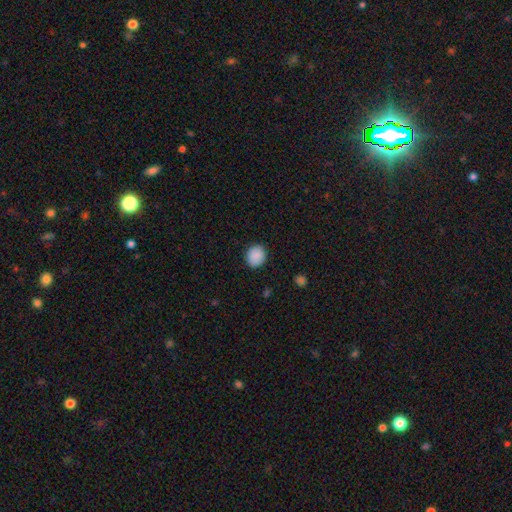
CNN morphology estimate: Overall: smooth (89%). How rounded: round (71%). Merging: none (88%).